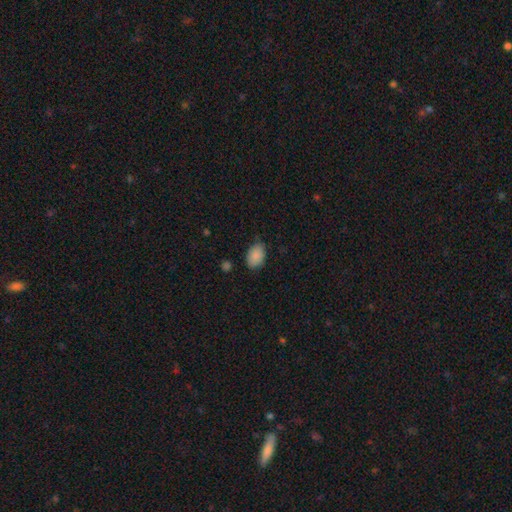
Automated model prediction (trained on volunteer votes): This is clearly a smooth galaxy (89%). How rounded: clearly in between (88%). Merging: likely none (76%).